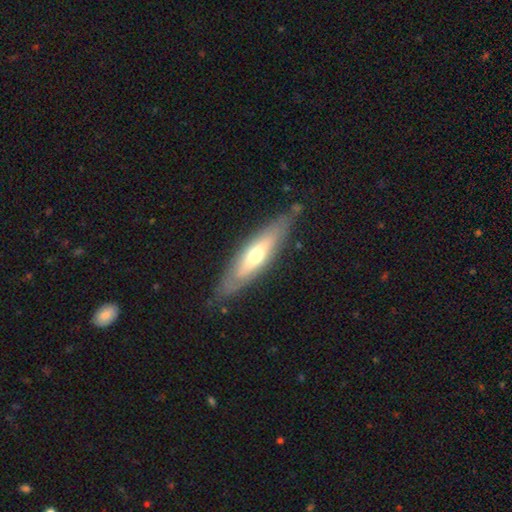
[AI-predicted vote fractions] A featured or disk galaxy (49%). Merging: none (79%).